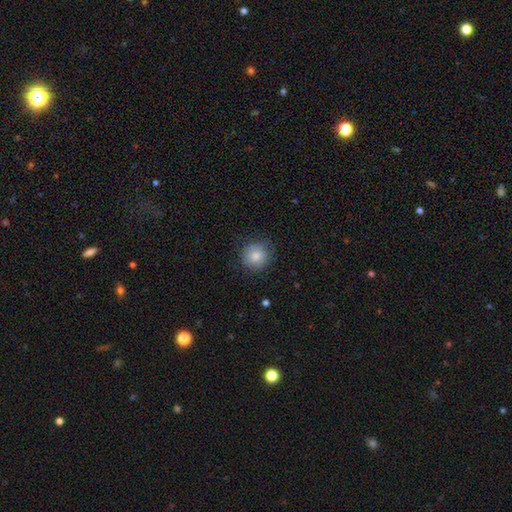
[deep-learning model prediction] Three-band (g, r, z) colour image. It shows a smooth galaxy with no disk features (82%) that is round (90%). Merging: none (79%).